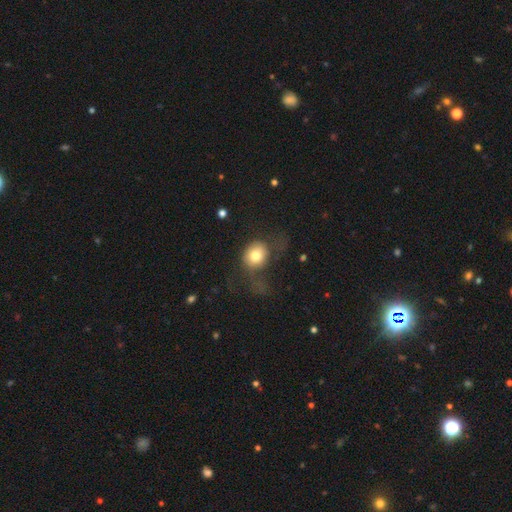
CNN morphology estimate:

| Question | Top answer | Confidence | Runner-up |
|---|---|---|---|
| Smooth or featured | smooth | 74% | featured or disk (15%) |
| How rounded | round | 74% | in between (25%) |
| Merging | none | 39% | major disturbance (37%) |